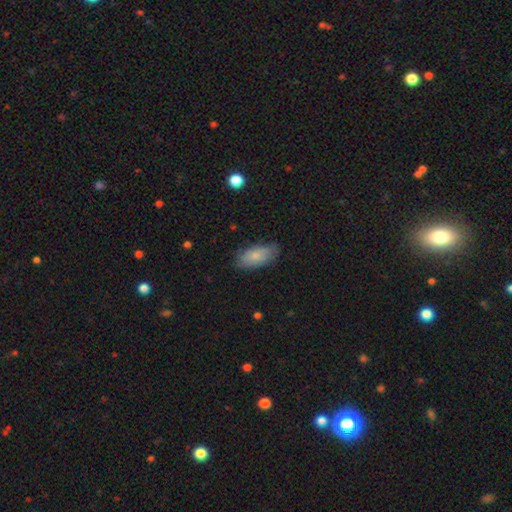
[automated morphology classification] The model was most divided on "merging": none: 78%, minor disturbance: 17%, major disturbance: 3%, merger: 1%. More confident: how rounded — in between (89%); smooth or featured — smooth (80%).